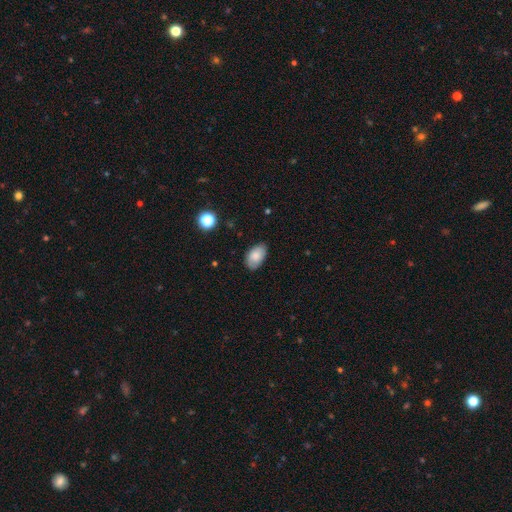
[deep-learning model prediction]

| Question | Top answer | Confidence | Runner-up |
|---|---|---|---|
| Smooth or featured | smooth | 81% | featured or disk (11%) |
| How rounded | in between | 93% | round (6%) |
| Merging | none | 80% | minor disturbance (17%) |